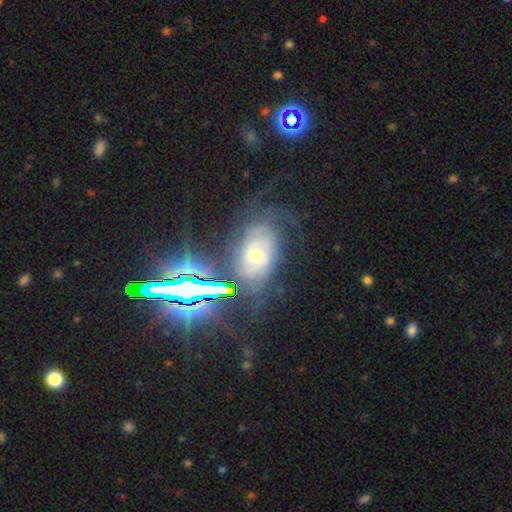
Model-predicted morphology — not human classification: Smooth or featured? featured or disk (57%)
Edge-on disk? no (92%)
Bar? no (68%)
Spiral arms? yes (85%)
Bulge size? moderate (50%)
Merging? none (58%)